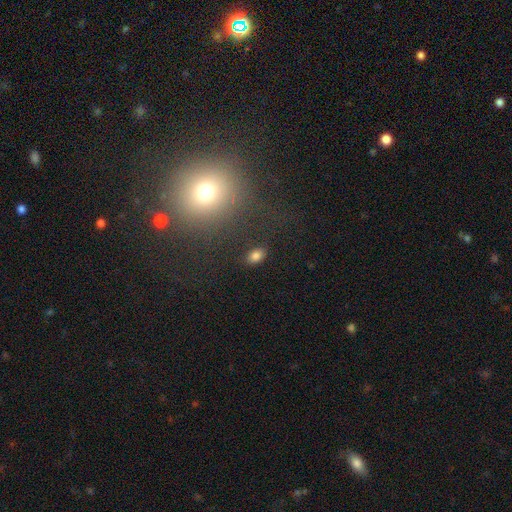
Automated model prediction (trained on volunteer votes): smooth 82%, star or artifact 13%, featured or disk 6%. Down the decision tree: how rounded — in between (85%); merging — none (85%).